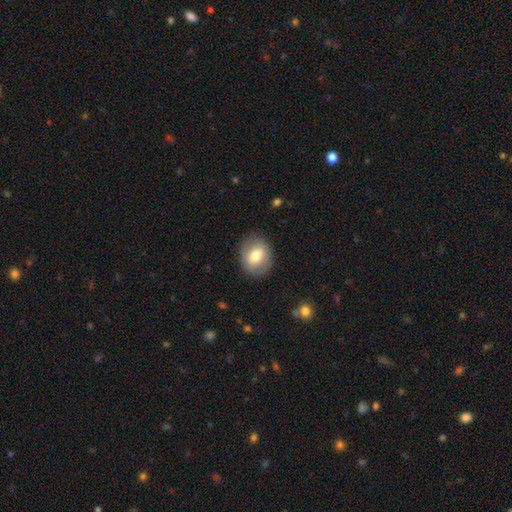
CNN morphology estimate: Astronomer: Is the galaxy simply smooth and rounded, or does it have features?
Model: smooth — 69%.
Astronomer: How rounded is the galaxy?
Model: round — 51% (runner-up: in between, 48%).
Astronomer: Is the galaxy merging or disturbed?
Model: none — 85%.